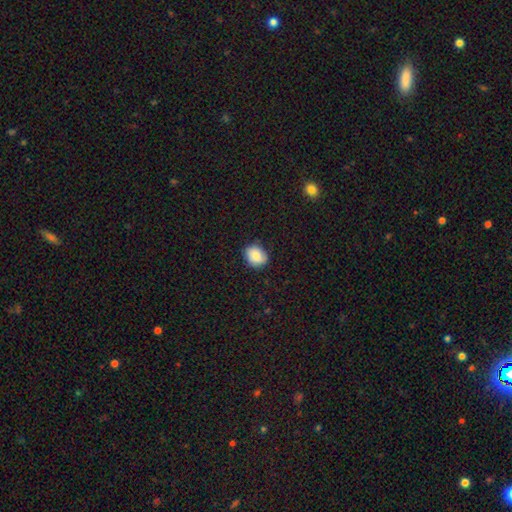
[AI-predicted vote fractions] Smooth or featured? smooth (81%)
How rounded? round (59%)
Merging? none (80%)